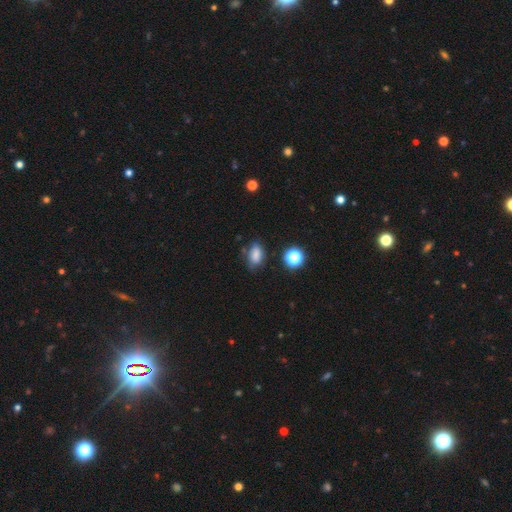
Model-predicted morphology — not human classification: smooth 79%, star or artifact 13%, featured or disk 8%. Down the decision tree: how rounded — in between (83%); merging — none (65%).